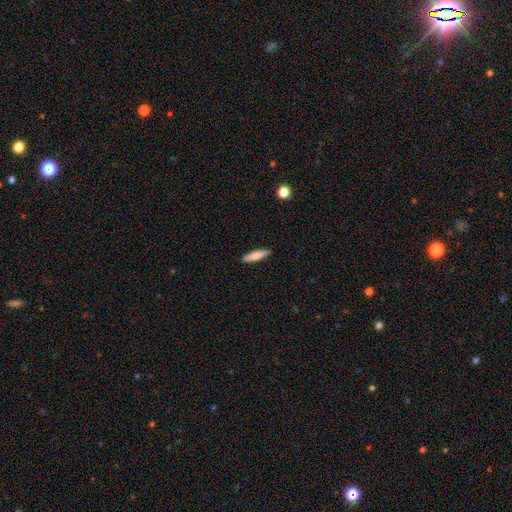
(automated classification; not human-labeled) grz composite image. It shows a smooth galaxy with no disk features (76%) that is cigar-shaped (71%). Merging: none (90%).